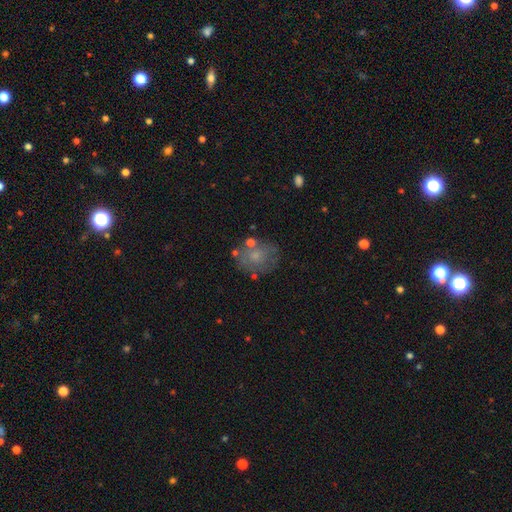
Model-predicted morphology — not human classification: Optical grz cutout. It shows a smooth galaxy with no disk features (56%) that is round (57%). Merging: none (62%).